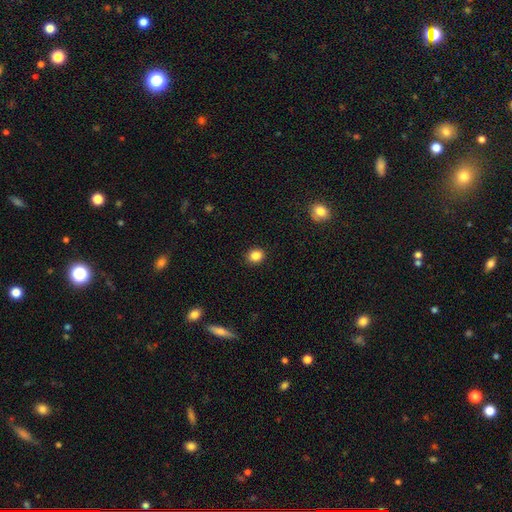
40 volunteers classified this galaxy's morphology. Smooth or featured? smooth (90%)
How rounded? round (69%)
Merging? none (97%)